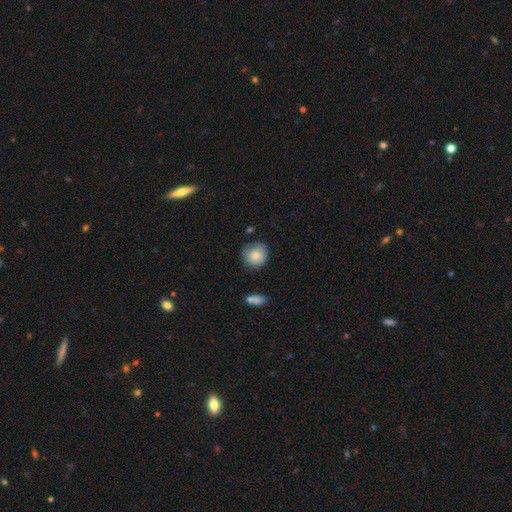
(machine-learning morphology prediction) A smooth galaxy with no disk features (80%) that is round (89%). Merging: none (68%).